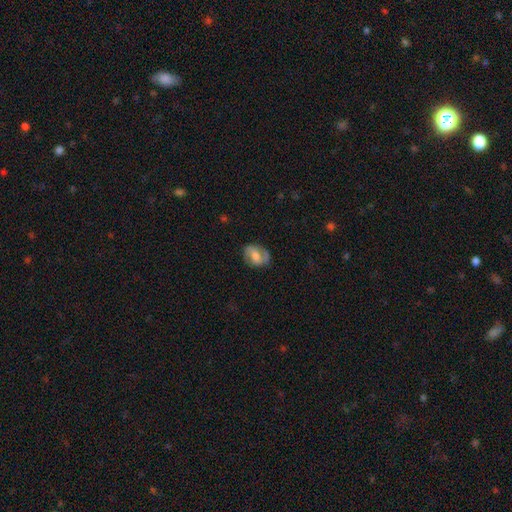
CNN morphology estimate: A featured or disk galaxy (55%) with a weak bar (44%), spiral arms (77%) and a moderate central bulge (48%). Merging: none (73%).